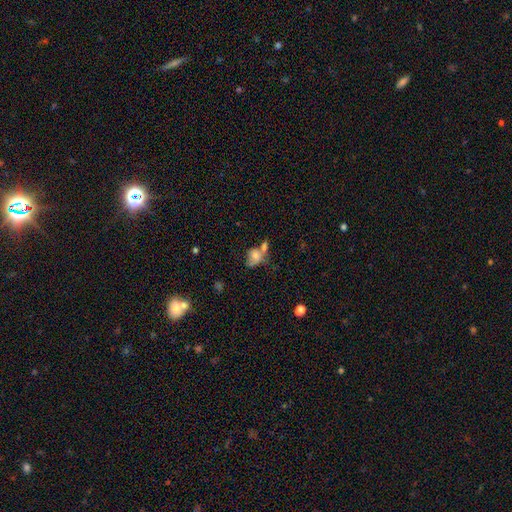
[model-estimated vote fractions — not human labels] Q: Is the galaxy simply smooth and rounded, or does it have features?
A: smooth — 60%.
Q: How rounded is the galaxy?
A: in between — 56%.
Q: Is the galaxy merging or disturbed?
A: merger — 39%.